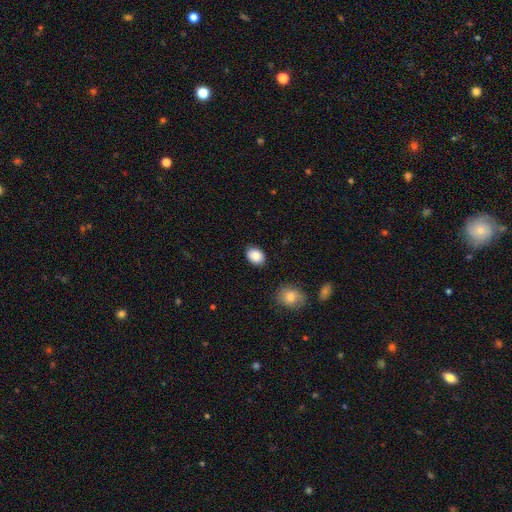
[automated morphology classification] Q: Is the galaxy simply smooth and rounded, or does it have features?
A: smooth — 86%.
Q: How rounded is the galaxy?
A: in between — 70%.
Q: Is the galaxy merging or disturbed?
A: none — 86%.